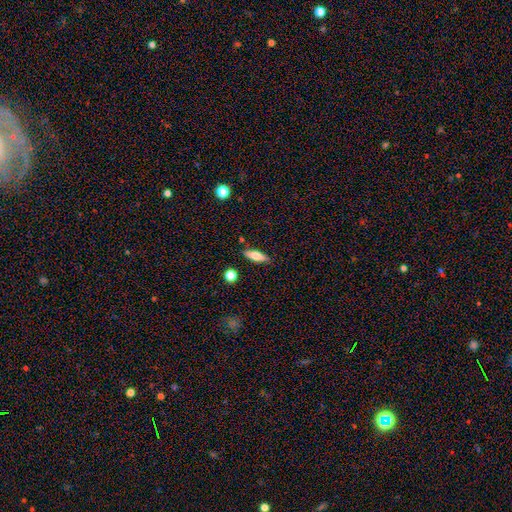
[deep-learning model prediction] Q: Smooth or featured?
A: smooth (66%); runner-up: featured or disk (26%)
Q: How rounded?
A: cigar-shaped (50%); runner-up: in between (47%)
Q: Merging?
A: none (84%); runner-up: minor disturbance (11%)